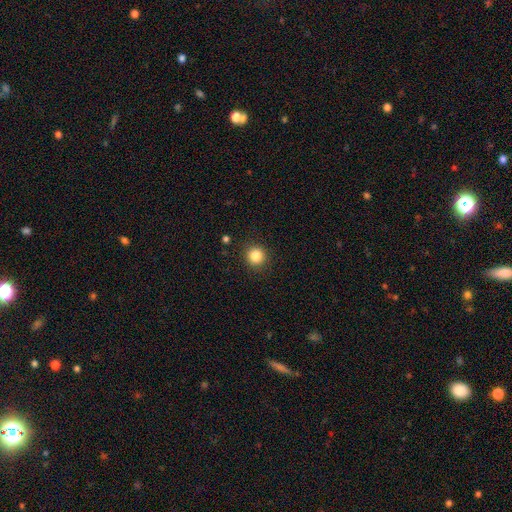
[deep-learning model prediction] smooth_or_featured: smooth (p=0.84) [alt: star or artifact p=0.11]
how_rounded: round (p=0.93) [alt: in between p=0.06]
merging: none (p=0.91) [alt: minor disturbance p=0.06]